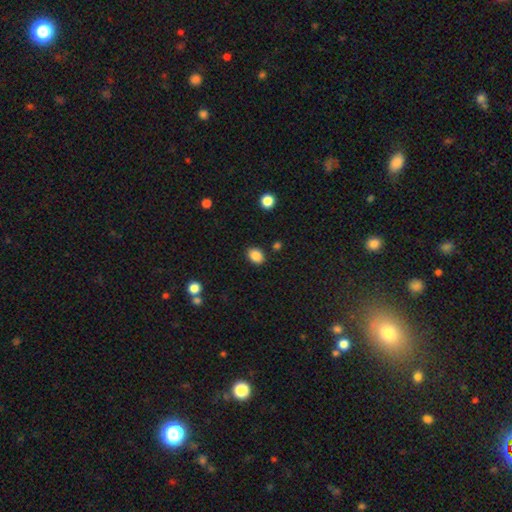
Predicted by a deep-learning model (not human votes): The model was most divided on "how rounded": in between: 67%, round: 32%, cigar-shaped: 1%. More confident: smooth or featured — smooth (87%); merging — none (86%).